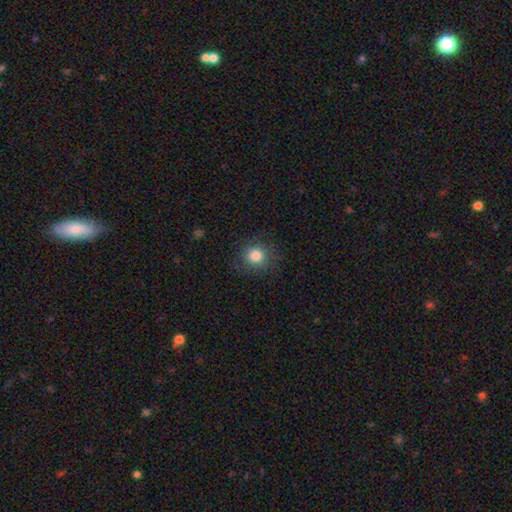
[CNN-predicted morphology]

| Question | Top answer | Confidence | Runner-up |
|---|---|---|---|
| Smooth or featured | smooth | 83% | star or artifact (10%) |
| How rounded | round | 88% | in between (11%) |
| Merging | none | 84% | minor disturbance (11%) |